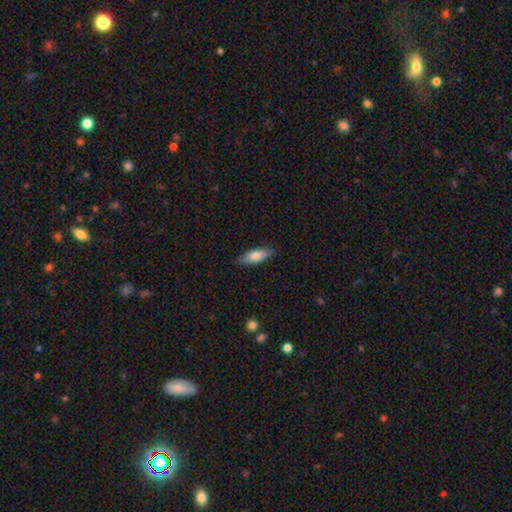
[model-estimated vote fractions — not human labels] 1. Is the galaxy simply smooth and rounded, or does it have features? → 80% smooth, 14% featured or disk, 6% star or artifact.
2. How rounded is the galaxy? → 59% in between, 39% cigar-shaped, 2% round.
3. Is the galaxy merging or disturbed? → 85% none, 12% minor disturbance, 2% major disturbance, 1% merger.